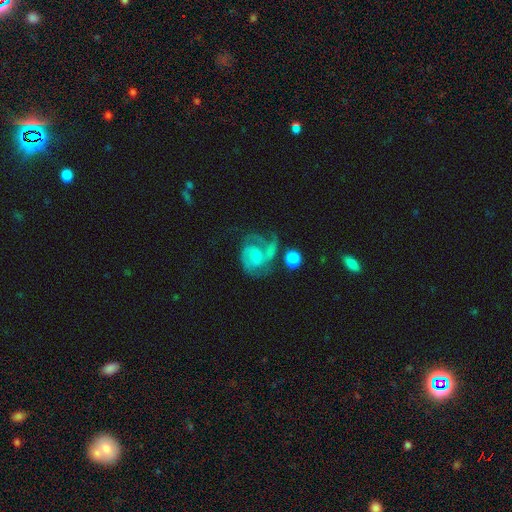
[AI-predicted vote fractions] Overall: featured or disk (81%). Edge-on disk: no (98%). Bar: no (63%; weak 32%). Spiral arms: yes (93%). Spiral arm count: 2 (44%; 3 23%). Spiral winding: medium (47%; tight 36%). Bulge size: small (55%; moderate 32%). Merging: none (39%; major disturbance 28%).